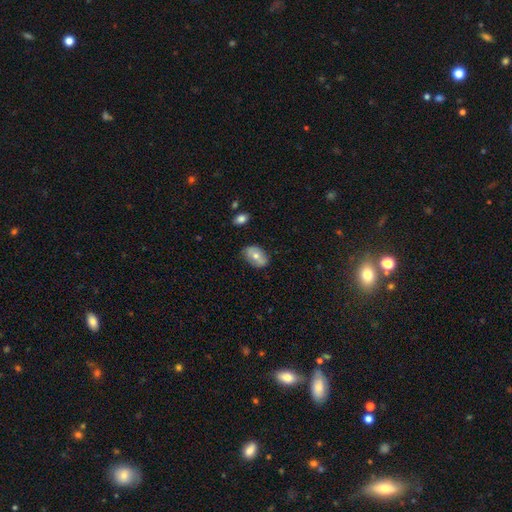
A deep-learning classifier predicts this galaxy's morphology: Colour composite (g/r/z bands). It shows a smooth galaxy with no disk features (63%) that is in between round and cigar-shaped (87%). Merging: none (76%).